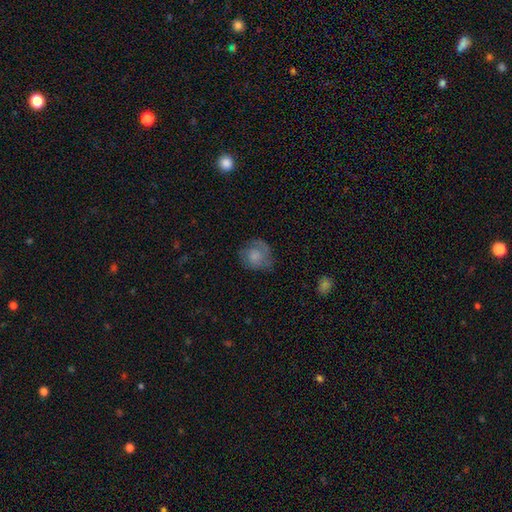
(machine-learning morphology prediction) The model was most divided on "smooth or featured": smooth: 61%, featured or disk: 30%, star or artifact: 9%. More confident: how rounded — round (78%); merging — none (59%).